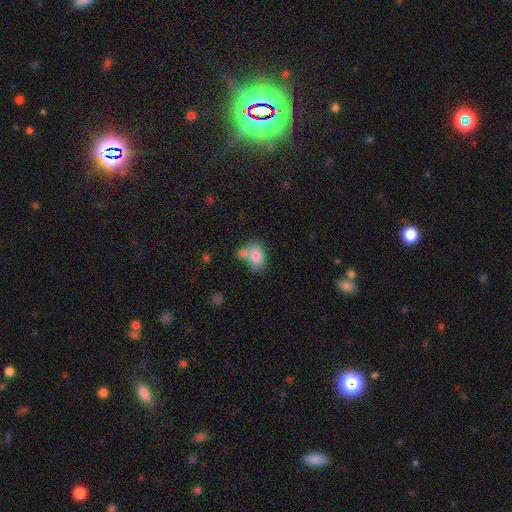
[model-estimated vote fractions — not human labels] The model was most divided on "merging": none: 44%, merger: 36%, minor disturbance: 14%, major disturbance: 5%. More confident: smooth or featured — smooth (80%); how rounded — in between (79%).